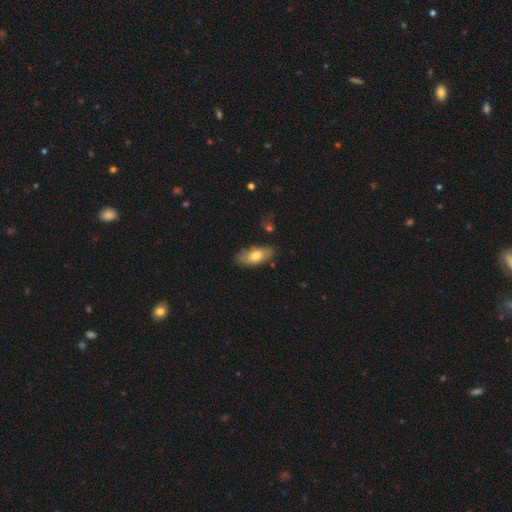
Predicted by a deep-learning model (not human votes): The model was most divided on "smooth or featured": smooth: 71%, featured or disk: 22%, star or artifact: 6%. More confident: how rounded — in between (88%); merging — none (79%).